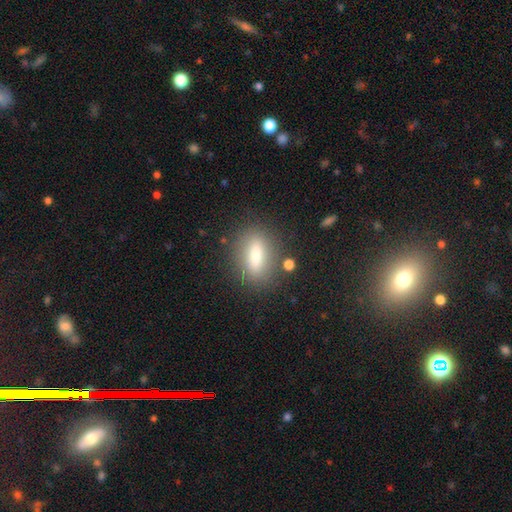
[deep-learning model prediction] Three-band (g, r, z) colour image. It shows a smooth galaxy with no disk features (69%) that is in between round and cigar-shaped (64%). Merging: none (80%).